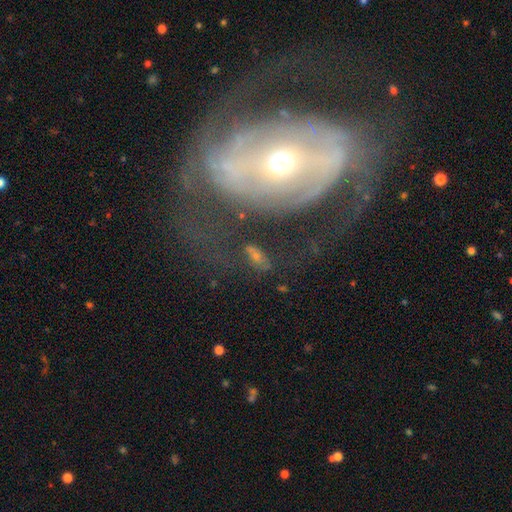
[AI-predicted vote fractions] Smooth or featured?
  - featured or disk: 43% *
  - smooth: 42%
  - star or artifact: 15%
Merging?
  - none: 59% *
  - minor disturbance: 19%
  - major disturbance: 13%
  - merger: 9%